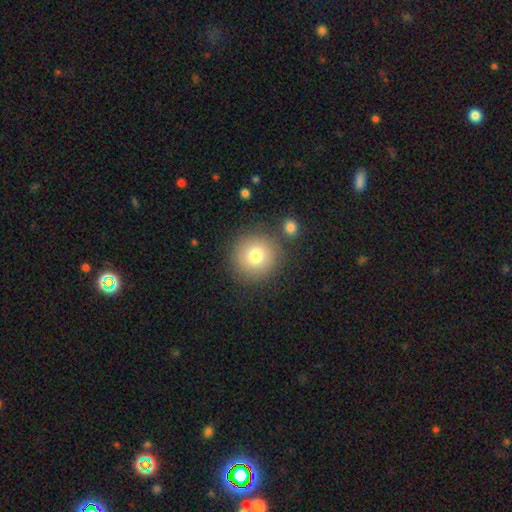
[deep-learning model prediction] This is likely a smooth galaxy (78%). How rounded: clearly round (94%). Merging: clearly none (82%).